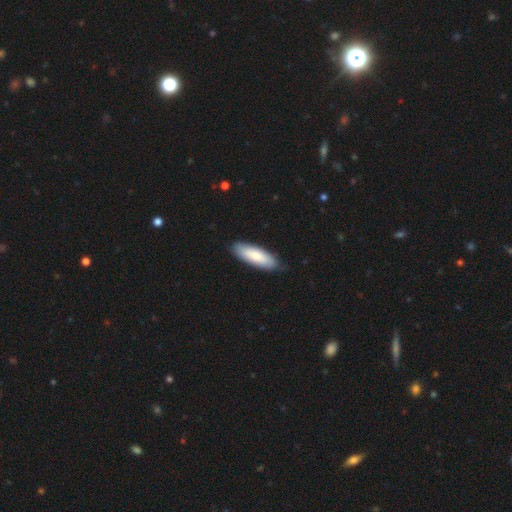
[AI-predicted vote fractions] This appears to be a smooth galaxy with no disk features (80%) that is in between round and cigar-shaped (62%). Merging: none (86%).